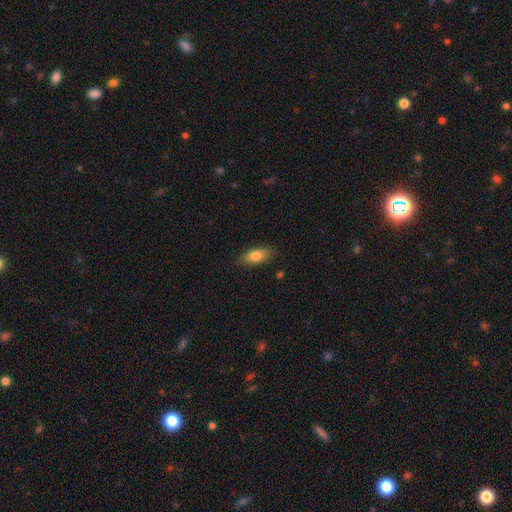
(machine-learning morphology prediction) smooth_or_featured: smooth (p=0.77) [alt: featured or disk p=0.15]
how_rounded: in between (p=0.78) [alt: cigar-shaped p=0.19]
merging: none (p=0.85) [alt: minor disturbance p=0.12]